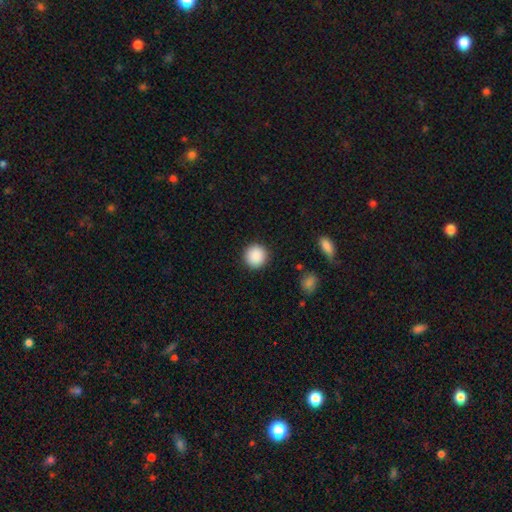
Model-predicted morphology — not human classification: A smooth galaxy with no disk features (89%) that is round (95%).

Vote fractions:
- Smooth or featured? smooth: 89% / star or artifact: 8% / featured or disk: 3%
- How rounded? round: 95% / in between: 4% / cigar-shaped: 1%
- Merging? none: 92% / minor disturbance: 5% / major disturbance: 2% / merger: 1%